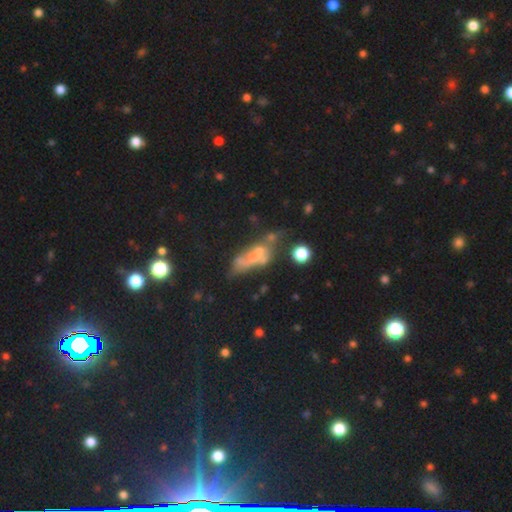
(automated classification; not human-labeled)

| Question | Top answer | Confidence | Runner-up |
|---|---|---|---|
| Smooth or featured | featured or disk | 44% | smooth (37%) |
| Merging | none | 28% | merger (27%) |